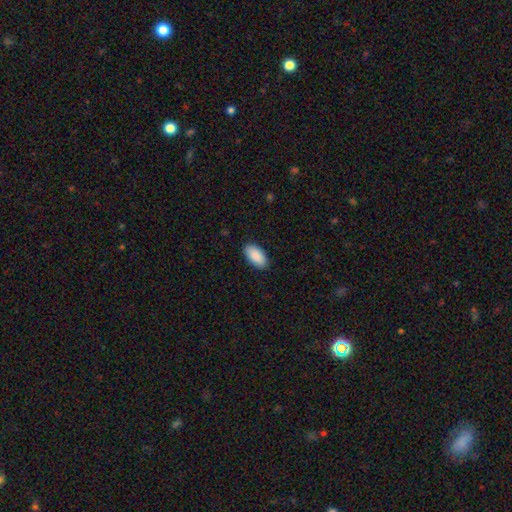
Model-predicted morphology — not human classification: smooth_or_featured: smooth (p=0.91) [alt: star or artifact p=0.06]
how_rounded: in between (p=0.95) [alt: cigar-shaped p=0.03]
merging: none (p=0.89) [alt: minor disturbance p=0.08]